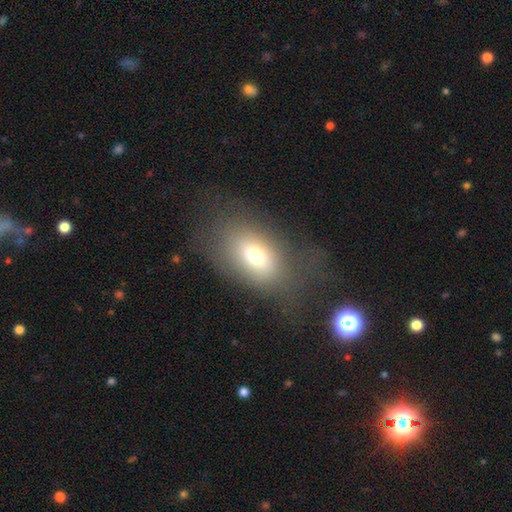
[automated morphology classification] smooth_or_featured: smooth (p=0.69) [alt: featured or disk p=0.18]
how_rounded: in between (p=0.80) [alt: round p=0.18]
merging: none (p=0.56) [alt: major disturbance p=0.22]